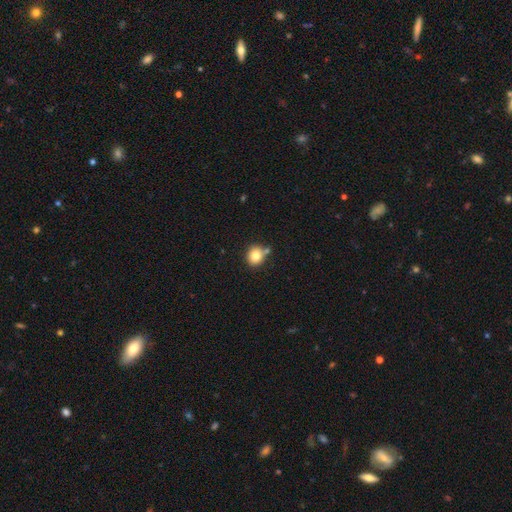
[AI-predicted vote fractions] Smooth or featured? Predicted: smooth (p=0.80). How rounded? Predicted: round (p=0.81). Merging? Predicted: none (p=0.68).